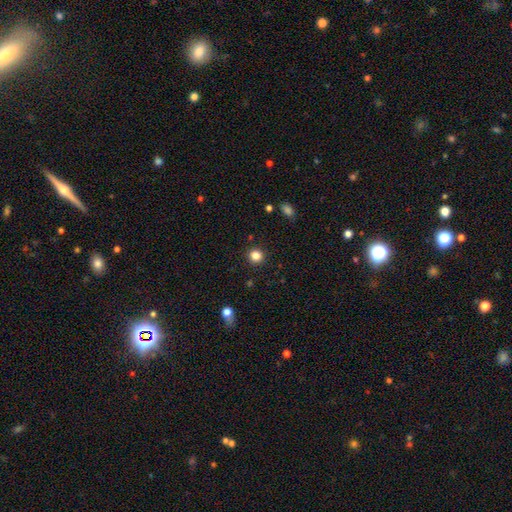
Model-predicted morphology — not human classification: smooth 83%, star or artifact 12%, featured or disk 4%. Down the decision tree: how rounded — round (92%); merging — none (92%).